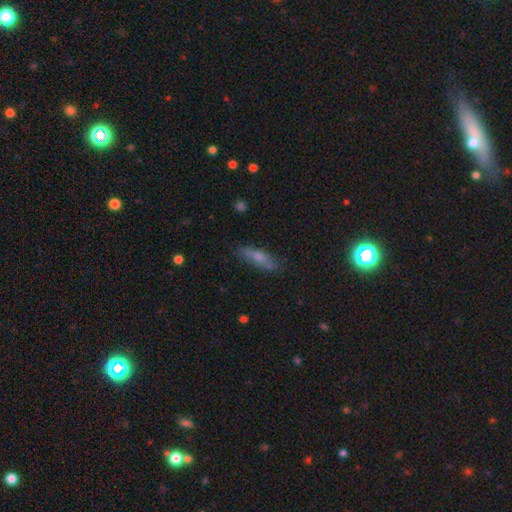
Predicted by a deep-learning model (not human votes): Q: Smooth or featured?
A: smooth (52%); runner-up: featured or disk (33%)
Q: How rounded?
A: cigar-shaped (63%); runner-up: in between (33%)
Q: Merging?
A: none (79%); runner-up: minor disturbance (15%)